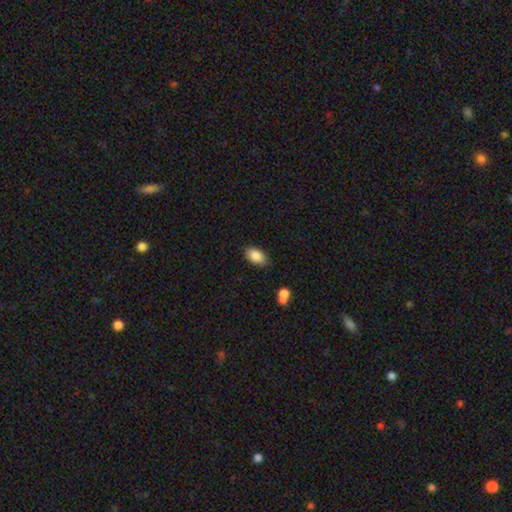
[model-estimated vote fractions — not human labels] Morphology: type=smooth (87%); roundness=in between (92%); merging=none (82%).